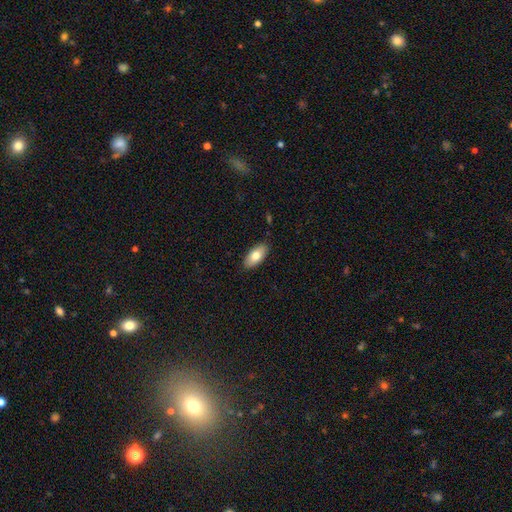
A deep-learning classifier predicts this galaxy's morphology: A smooth galaxy with no disk features (78%) that is in between round and cigar-shaped (91%). Merging: none (88%).